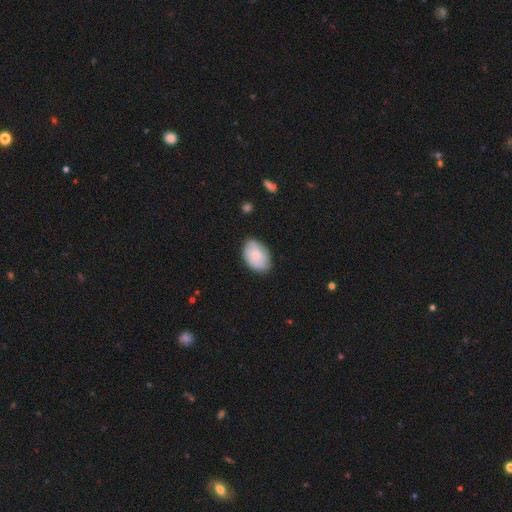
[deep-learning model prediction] A smooth galaxy with no disk features (80%) that is in between round and cigar-shaped (89%). Merging: none (77%).